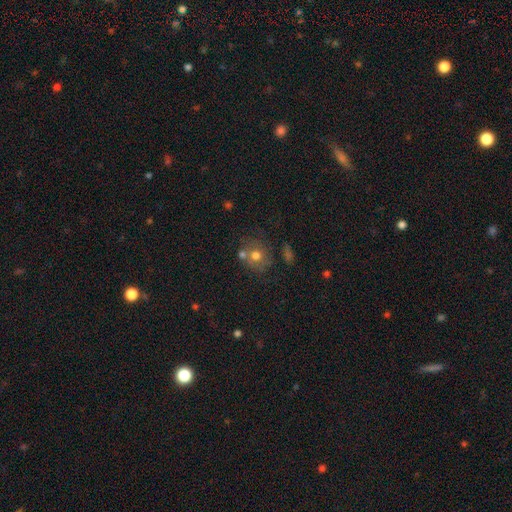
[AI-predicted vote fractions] smooth-or-featured: smooth: 67% | featured or disk: 21% | star or artifact: 12%
  how-rounded: round: 78% | in between: 21% | cigar-shaped: 1%
  merging: none: 56% | merger: 23% | minor disturbance: 15% | major disturbance: 6%